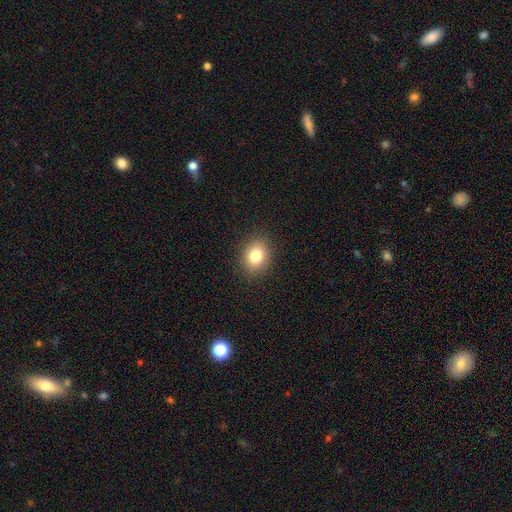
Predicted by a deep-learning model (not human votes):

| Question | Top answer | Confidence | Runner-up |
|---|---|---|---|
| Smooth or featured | smooth | 80% | star or artifact (11%) |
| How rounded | in between | 50% | round (49%) |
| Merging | none | 89% | minor disturbance (7%) |